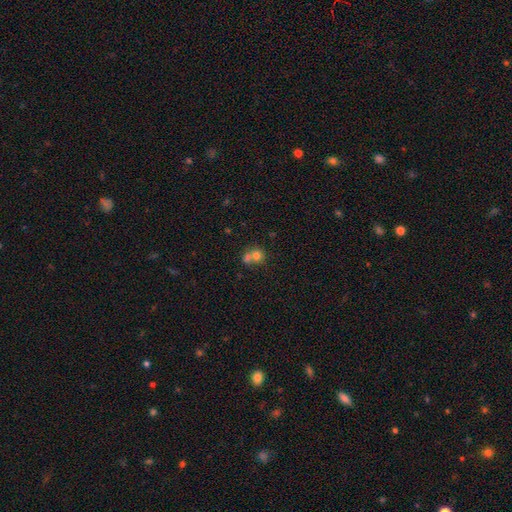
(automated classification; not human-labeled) Smooth or featured: smooth — 73% (featured or disk — 15%)
How rounded: round — 76% (in between — 23%)
Merging: merger — 59% (none — 30%)